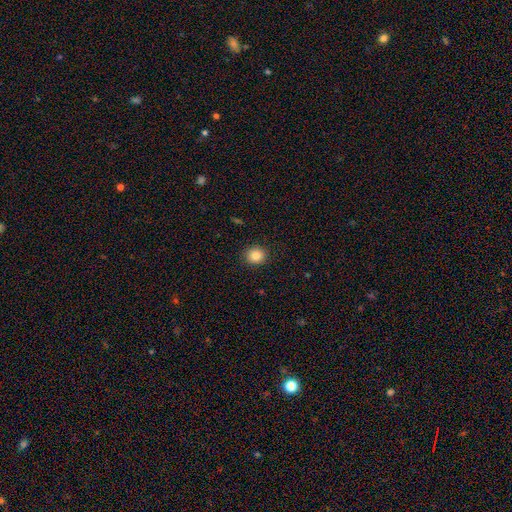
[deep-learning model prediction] Smooth or featured? Predicted: smooth (p=0.85). How rounded? Predicted: round (p=0.83). Merging? Predicted: none (p=0.91).